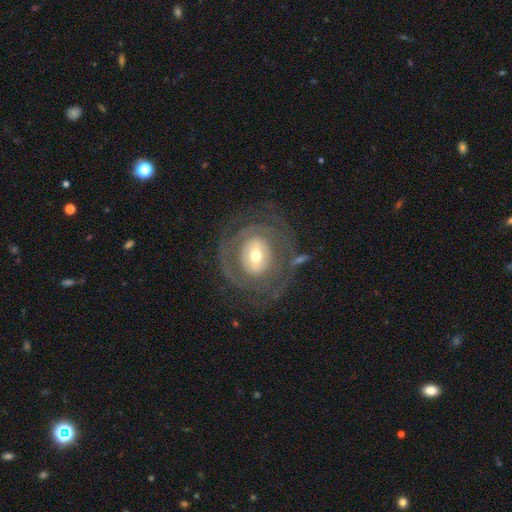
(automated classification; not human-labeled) smooth_or_featured: featured or disk (p=0.78) [alt: smooth p=0.16]
disk_edge_on: no (p=0.96) [alt: yes p=0.04]
bar: weak (p=0.39) [alt: no p=0.35]
has_spiral_arms: yes (p=0.72) [alt: no p=0.28]
spiral_winding: tight (p=0.65) [alt: medium p=0.24]
spiral_arm_count: can't tell (p=0.42) [alt: 2 p=0.31]
bulge_size: moderate (p=0.56) [alt: small p=0.32]
merging: none (p=0.70) [alt: minor disturbance p=0.14]